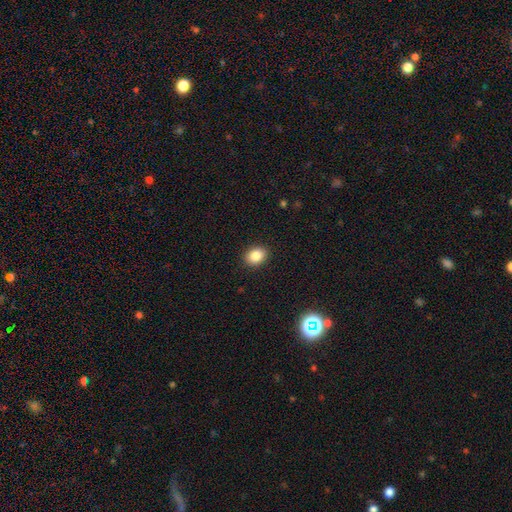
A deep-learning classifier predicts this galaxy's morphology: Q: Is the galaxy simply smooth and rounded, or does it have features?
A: smooth — 86%.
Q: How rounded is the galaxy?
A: in between — 62%.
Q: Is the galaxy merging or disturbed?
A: none — 90%.